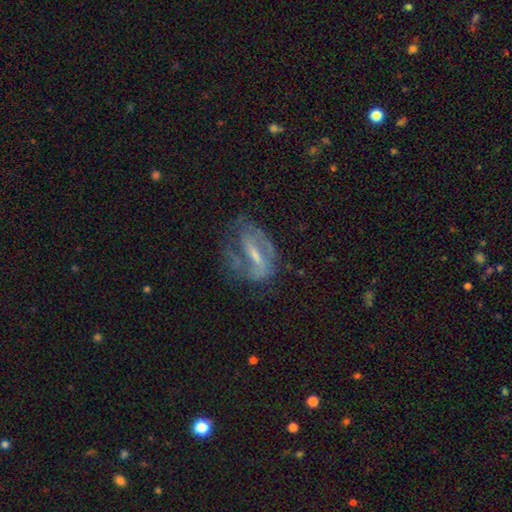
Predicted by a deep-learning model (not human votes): A featured or disk galaxy (71%) with a strong bar (46%), spiral arms (68%) and a small central bulge (47%). Merging: none (48%).